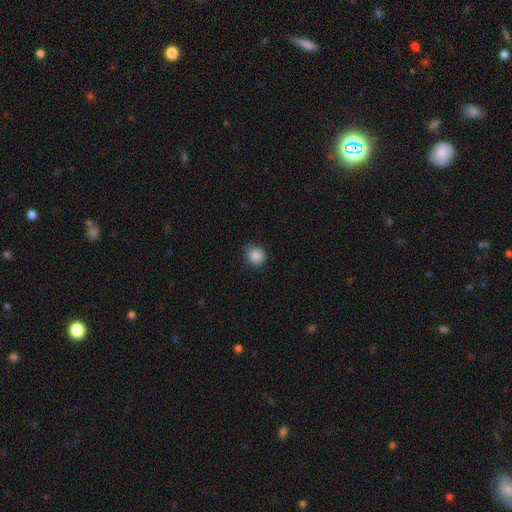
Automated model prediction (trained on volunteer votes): This appears to be a smooth galaxy with no disk features (87%) that is round (90%). Merging: none (82%).